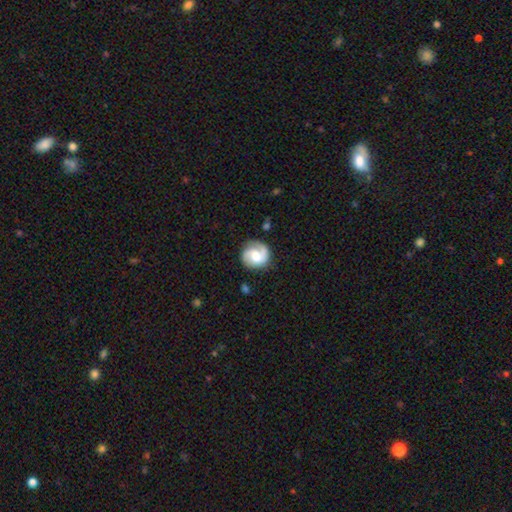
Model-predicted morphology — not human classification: Smooth or featured? featured or disk (70%)
Edge-on disk? no (98%)
Bar? no (45%)
Spiral arms? yes (93%)
Spiral winding? medium (44%)
Spiral arm count? 2 (76%)
Bulge size? moderate (60%)
Merging? none (80%)